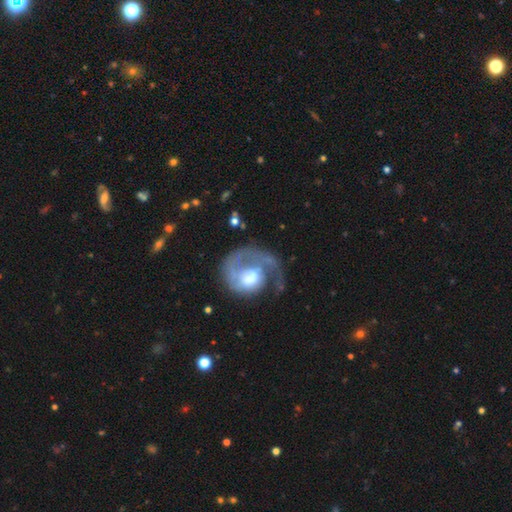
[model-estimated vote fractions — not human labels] Q: Smooth or featured?
A: featured or disk (79%); runner-up: smooth (14%)
Q: Edge-on disk?
A: no (98%); runner-up: yes (2%)
Q: Bar?
A: no (70%); runner-up: weak (24%)
Q: Spiral arms?
A: yes (90%); runner-up: no (10%)
Q: Spiral winding?
A: tight (45%); runner-up: medium (36%)
Q: Spiral arm count?
A: 1 (69%); runner-up: 2 (20%)
Q: Bulge size?
A: moderate (45%); runner-up: large (34%)
Q: Merging?
A: none (50%); runner-up: major disturbance (28%)